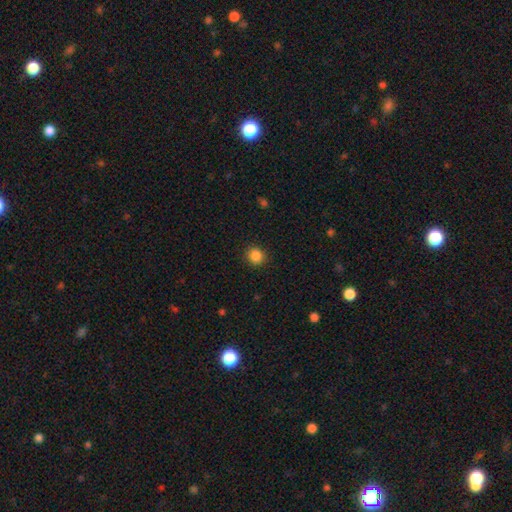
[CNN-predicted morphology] Overall: smooth (86%). How rounded: round (87%). Merging: none (90%).